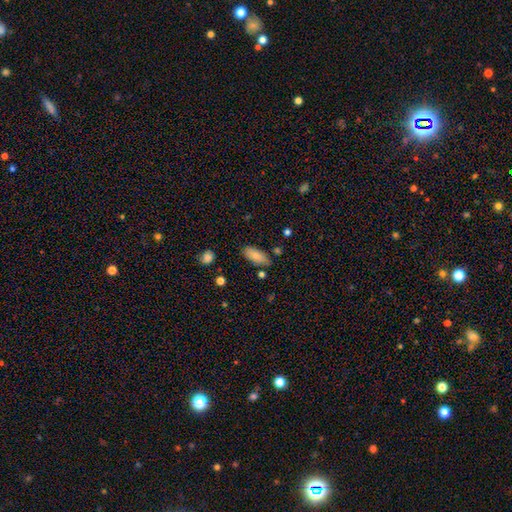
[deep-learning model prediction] Smooth or featured: smooth — 85% (featured or disk — 8%)
How rounded: in between — 81% (cigar-shaped — 17%)
Merging: none — 79% (minor disturbance — 14%)